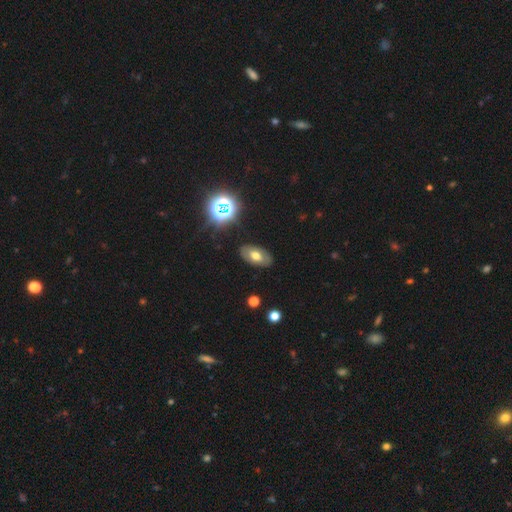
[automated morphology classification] Smooth or featured? smooth (53%)
How rounded? in between (91%)
Merging? none (85%)